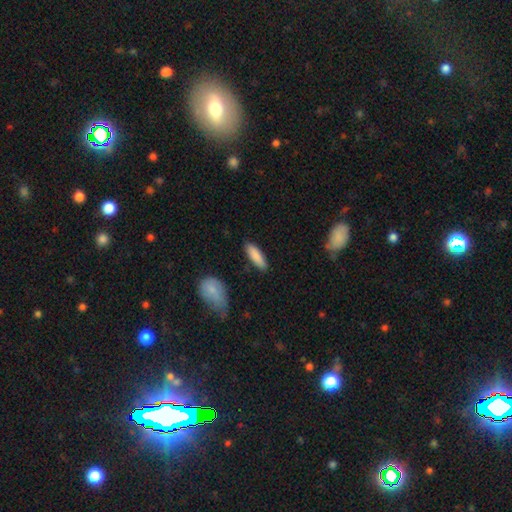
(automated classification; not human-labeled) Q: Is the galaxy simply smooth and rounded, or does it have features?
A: smooth — 87%.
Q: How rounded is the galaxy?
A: in between — 52%.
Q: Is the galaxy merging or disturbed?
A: none — 86%.